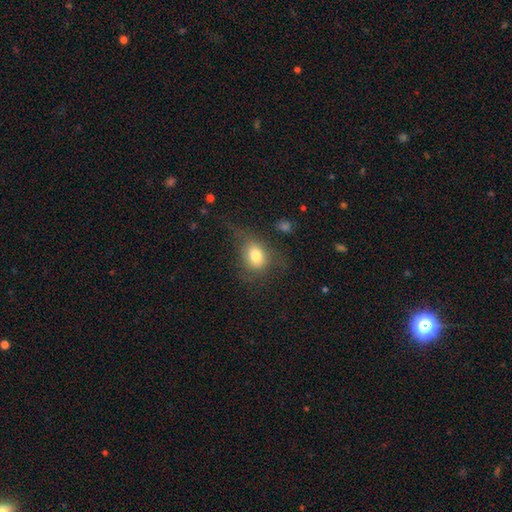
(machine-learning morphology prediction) Q: Smooth or featured?
A: smooth (74%); runner-up: featured or disk (16%)
Q: How rounded?
A: in between (58%); runner-up: round (40%)
Q: Merging?
A: none (48%); runner-up: minor disturbance (25%)